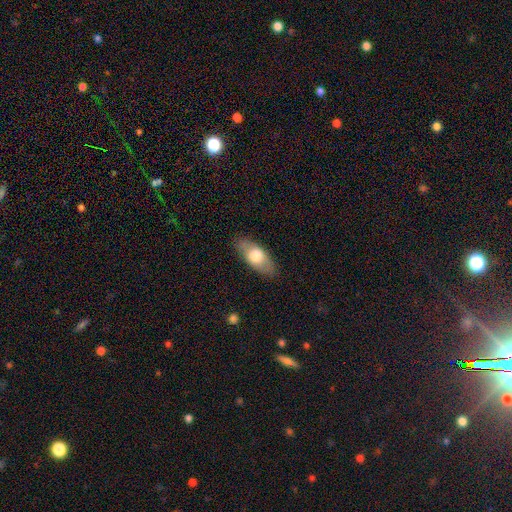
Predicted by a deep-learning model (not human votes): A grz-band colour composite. It shows a smooth galaxy with no disk features (68%) that is in between round and cigar-shaped (84%). Merging: none (85%).